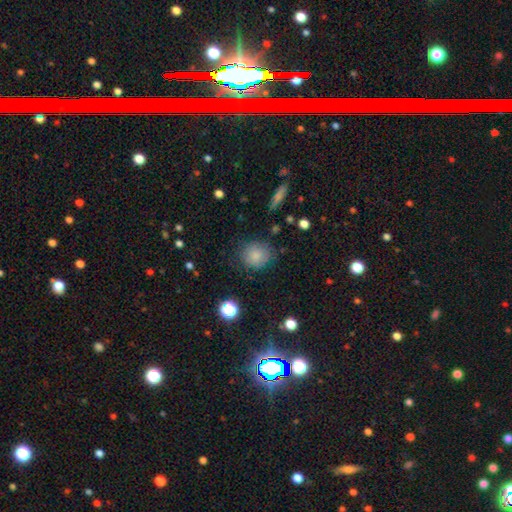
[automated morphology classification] type=smooth (81%); roundness=round (83%); merging=none (77%).